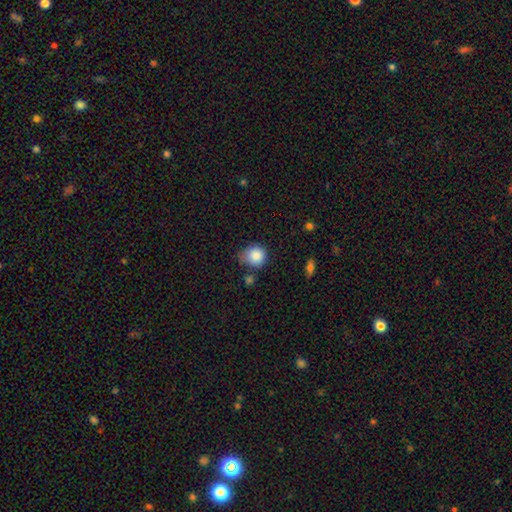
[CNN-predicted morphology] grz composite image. It shows a smooth galaxy with no disk features (86%) that is round (81%). Merging: none (52%).